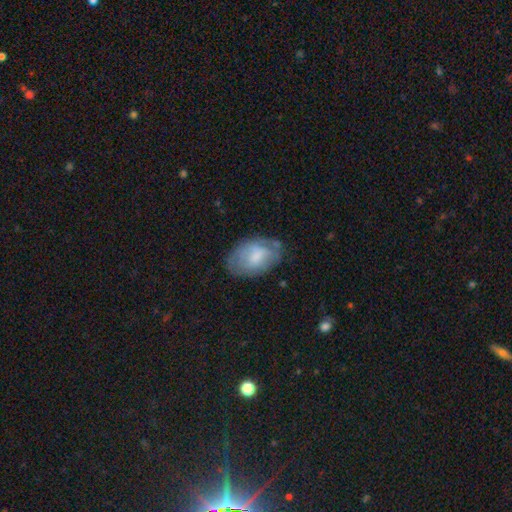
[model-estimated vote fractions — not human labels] A smooth galaxy with no disk features (59%) that is in between round and cigar-shaped (88%). Merging: none (62%).